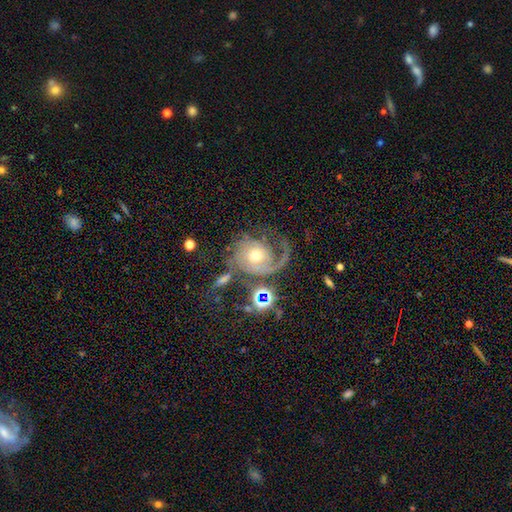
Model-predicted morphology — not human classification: Overall: featured or disk (81%). Edge-on disk: no (97%). Bar: no (73%). Spiral arms: yes (94%). Spiral arm count: 1 (55%; 2 27%). Spiral winding: medium (39%; tight 38%). Bulge size: moderate (50%; small 44%). Merging: none (43%; major disturbance 31%).